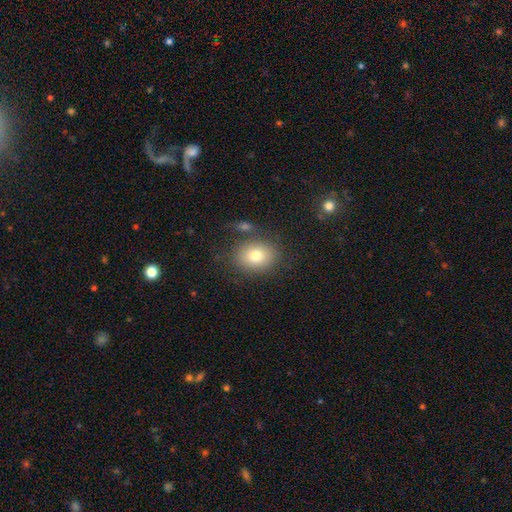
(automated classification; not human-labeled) Smooth or featured? smooth (78%)
How rounded? in between (53%)
Merging? none (78%)